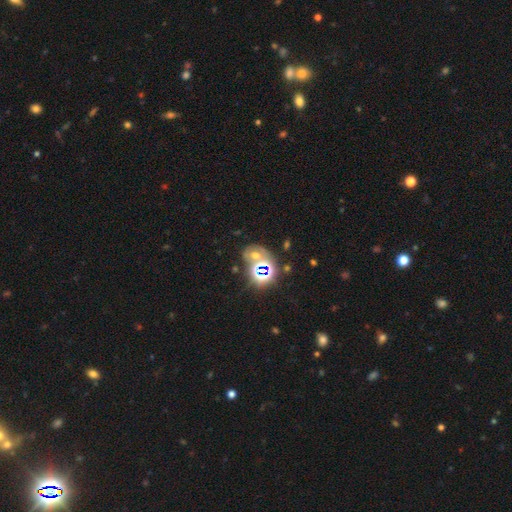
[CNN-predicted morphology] The model was most divided on "smooth or featured": star or artifact: 47%, smooth: 33%, featured or disk: 20%.